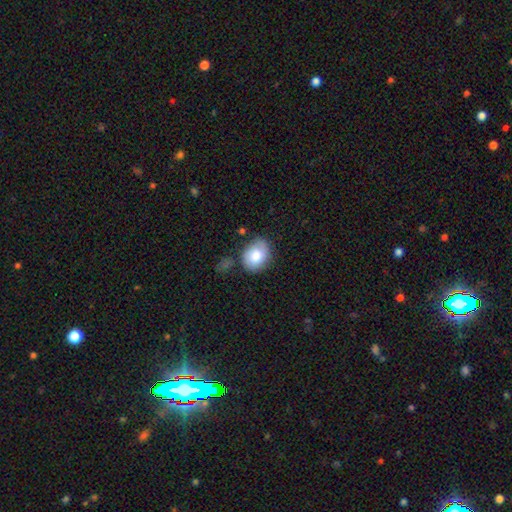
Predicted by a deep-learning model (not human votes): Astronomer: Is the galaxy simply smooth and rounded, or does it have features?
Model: smooth — 80%.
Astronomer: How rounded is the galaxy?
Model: in between — 58% (runner-up: round, 41%).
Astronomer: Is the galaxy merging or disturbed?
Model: none — 64%.